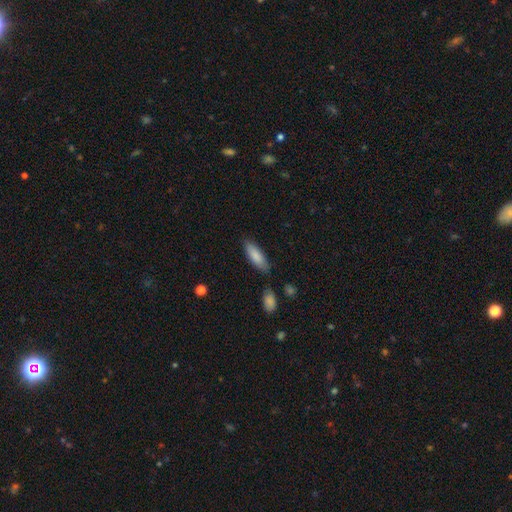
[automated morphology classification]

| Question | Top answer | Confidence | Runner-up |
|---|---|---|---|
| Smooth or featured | smooth | 84% | featured or disk (10%) |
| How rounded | in between | 60% | cigar-shaped (39%) |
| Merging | none | 74% | minor disturbance (17%) |